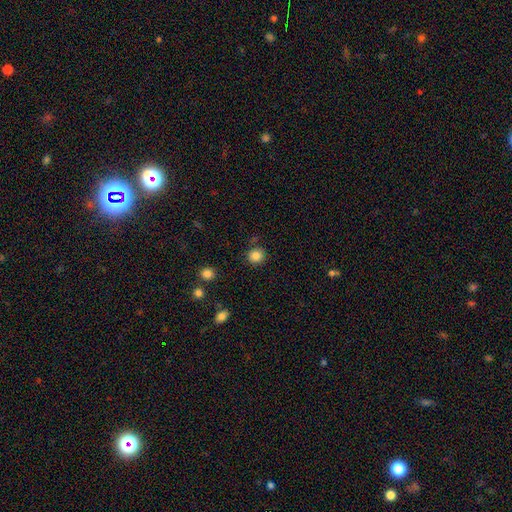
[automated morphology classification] type=smooth (85%); roundness=round (89%); merging=none (85%).